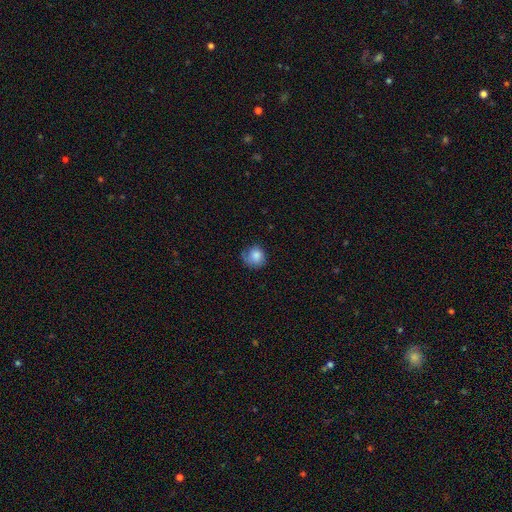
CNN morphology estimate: Smooth or featured? smooth (81%)
How rounded? round (84%)
Merging? none (55%)